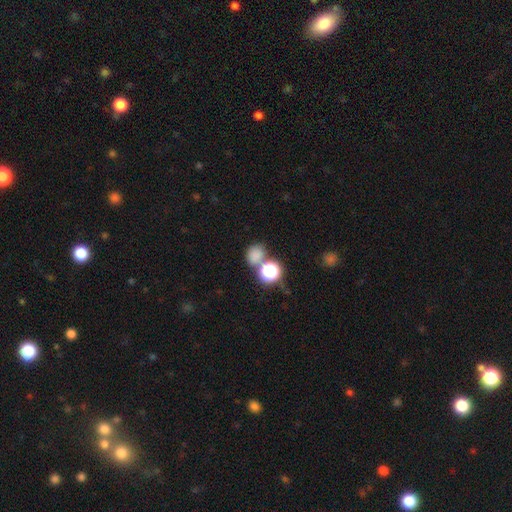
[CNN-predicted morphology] type=smooth (73%); roundness=round (67%); merging=none (57%).